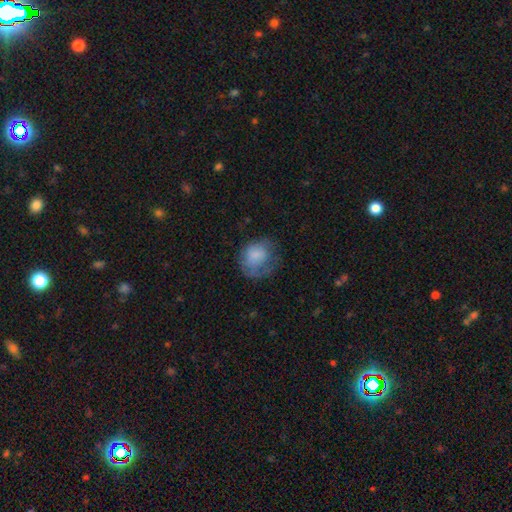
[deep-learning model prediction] smooth-or-featured: smooth: 68% | featured or disk: 24% | star or artifact: 8%
  how-rounded: round: 61% | in between: 38% | cigar-shaped: 1%
  merging: none: 42% | major disturbance: 29% | minor disturbance: 28% | merger: 2%